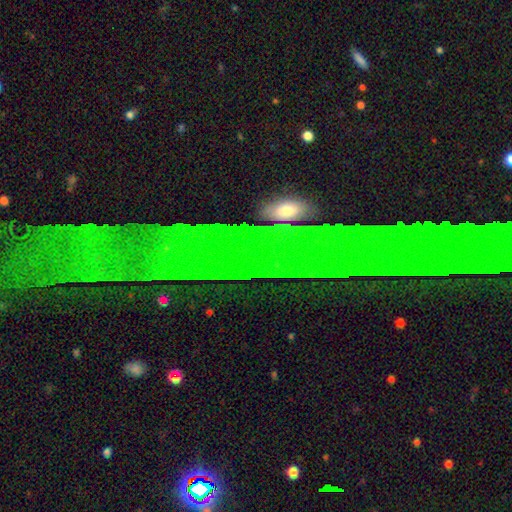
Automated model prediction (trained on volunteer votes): A star or artifact, not a galaxy (65%).